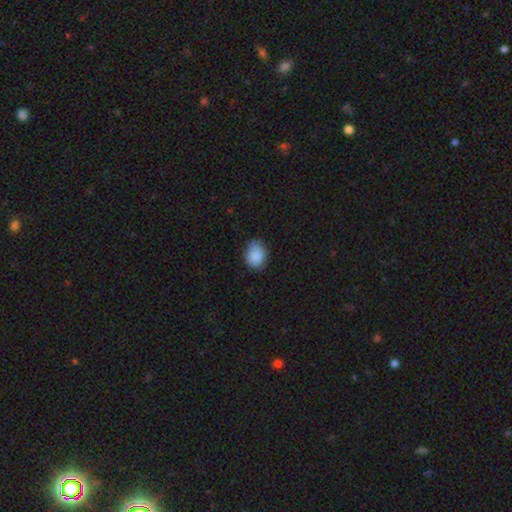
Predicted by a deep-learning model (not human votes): smooth 88%, star or artifact 8%, featured or disk 4%. Down the decision tree: how rounded — in between (55%); merging — none (71%).